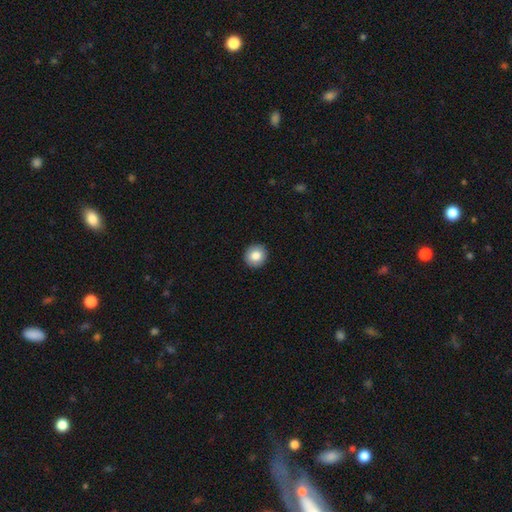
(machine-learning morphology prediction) Smooth or featured: smooth — 83% (featured or disk — 9%)
How rounded: round — 92% (in between — 7%)
Merging: none — 92% (minor disturbance — 5%)